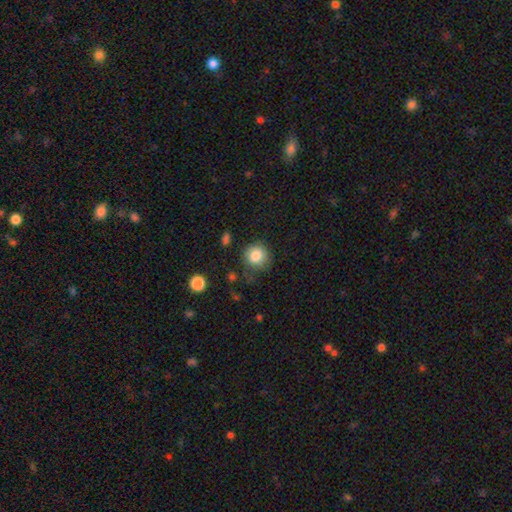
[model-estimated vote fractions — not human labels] Smooth or featured? smooth (85%)
How rounded? round (89%)
Merging? none (74%)